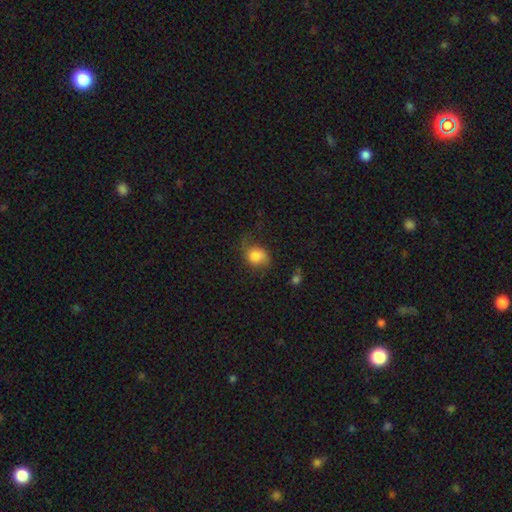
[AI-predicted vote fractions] smooth-or-featured: smooth: 75% | featured or disk: 16% | star or artifact: 9%
  how-rounded: round: 58% | in between: 41% | cigar-shaped: 1%
  merging: none: 44% | minor disturbance: 29% | major disturbance: 24% | merger: 3%